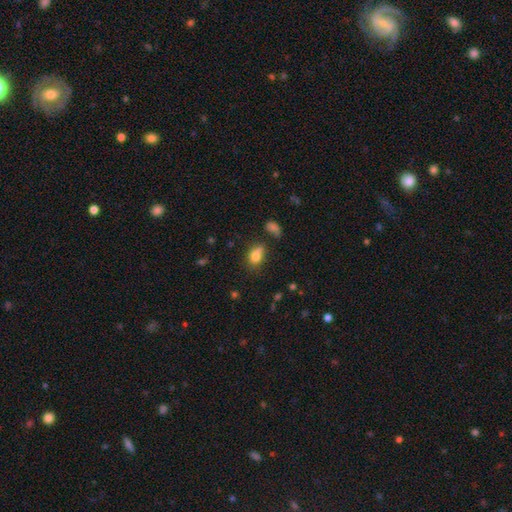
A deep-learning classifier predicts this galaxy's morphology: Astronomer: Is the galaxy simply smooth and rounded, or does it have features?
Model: smooth — 79%.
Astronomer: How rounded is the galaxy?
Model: in between — 68%.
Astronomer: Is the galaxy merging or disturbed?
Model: none — 51%.